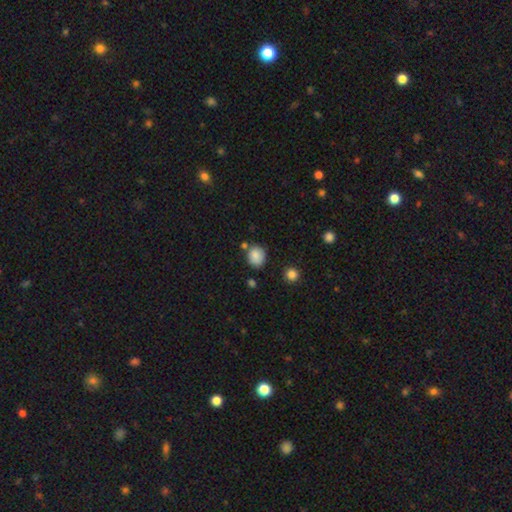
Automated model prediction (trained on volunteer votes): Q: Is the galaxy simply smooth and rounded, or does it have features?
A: smooth — 85%.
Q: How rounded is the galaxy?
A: round — 67%.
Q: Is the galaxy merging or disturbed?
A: none — 73%.